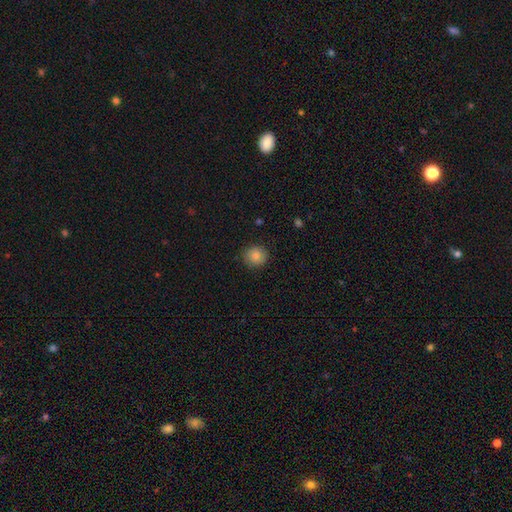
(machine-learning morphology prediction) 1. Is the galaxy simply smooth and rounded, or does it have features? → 79% smooth, 11% featured or disk, 10% star or artifact.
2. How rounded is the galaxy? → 90% round, 9% in between, 1% cigar-shaped.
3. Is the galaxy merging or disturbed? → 87% none, 9% minor disturbance, 2% major disturbance, 1% merger.